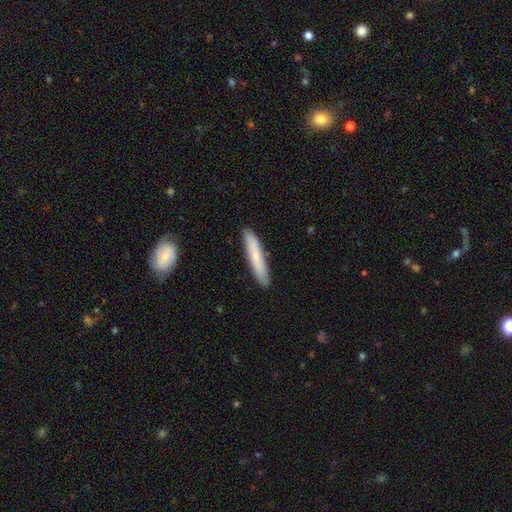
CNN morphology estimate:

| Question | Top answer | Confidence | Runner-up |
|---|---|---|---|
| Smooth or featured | smooth | 70% | featured or disk (24%) |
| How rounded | cigar-shaped | 91% | in between (8%) |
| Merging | none | 88% | minor disturbance (9%) |